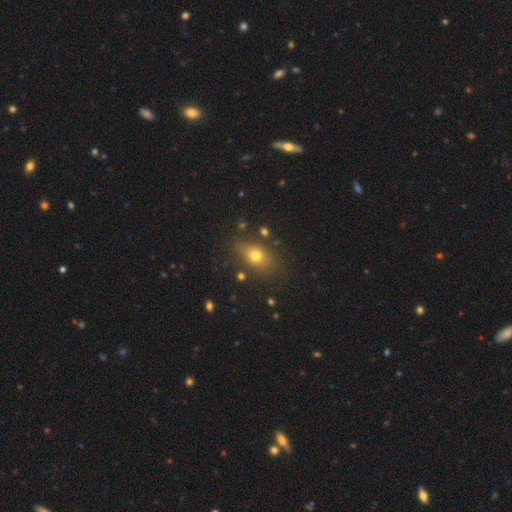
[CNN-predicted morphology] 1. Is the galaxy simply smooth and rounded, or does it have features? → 71% smooth, 14% star or artifact, 14% featured or disk.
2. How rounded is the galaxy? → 66% in between, 30% round, 4% cigar-shaped.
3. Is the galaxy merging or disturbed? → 80% none, 12% minor disturbance, 4% major disturbance, 3% merger.